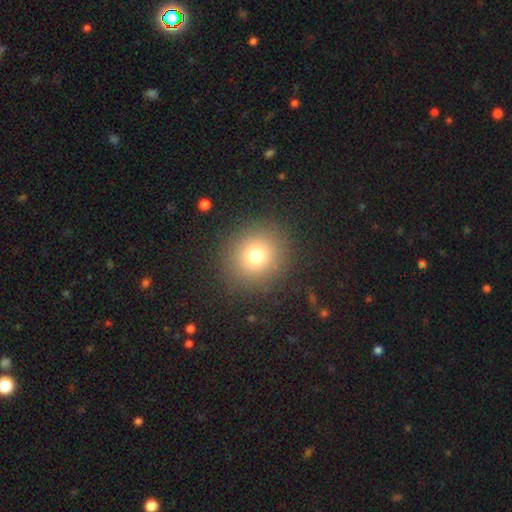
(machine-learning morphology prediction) The model was most divided on "smooth or featured": smooth: 74%, star or artifact: 17%, featured or disk: 10%. More confident: how rounded — round (92%); merging — none (88%).